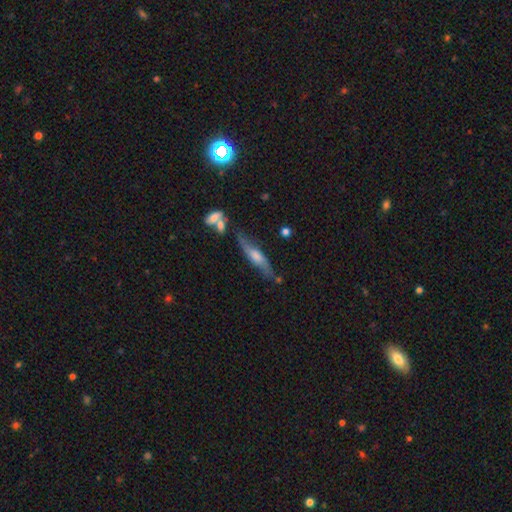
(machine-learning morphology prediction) smooth_or_featured: featured or disk (p=0.61) [alt: smooth p=0.31]
disk_edge_on: yes (p=0.75) [alt: no p=0.25]
merging: none (p=0.65) [alt: minor disturbance p=0.19]